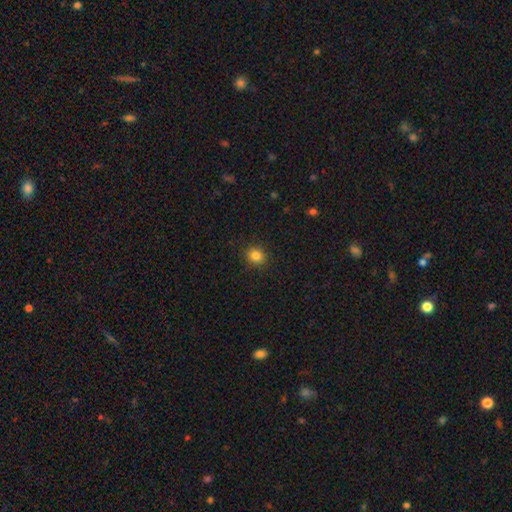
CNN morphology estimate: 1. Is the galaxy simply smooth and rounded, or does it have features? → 83% smooth, 12% star or artifact, 5% featured or disk.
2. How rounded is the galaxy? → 82% round, 17% in between, 1% cigar-shaped.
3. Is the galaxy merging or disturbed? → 89% none, 8% minor disturbance, 2% major disturbance, 1% merger.